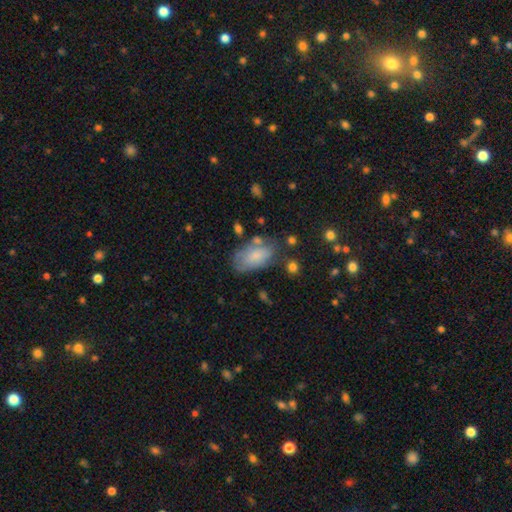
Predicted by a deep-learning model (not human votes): The model was most divided on "merging": none: 57%, minor disturbance: 26%, major disturbance: 10%, merger: 7%. More confident: how rounded — in between (92%); smooth or featured — smooth (69%).